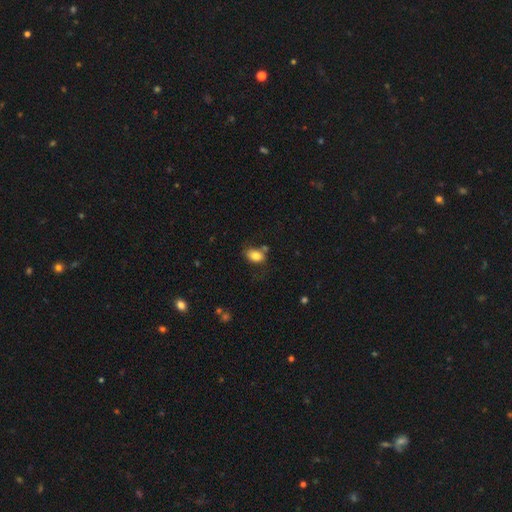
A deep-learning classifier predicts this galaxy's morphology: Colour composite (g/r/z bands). It shows a smooth galaxy with no disk features (82%) that is in between round and cigar-shaped (80%). Merging: none (60%).